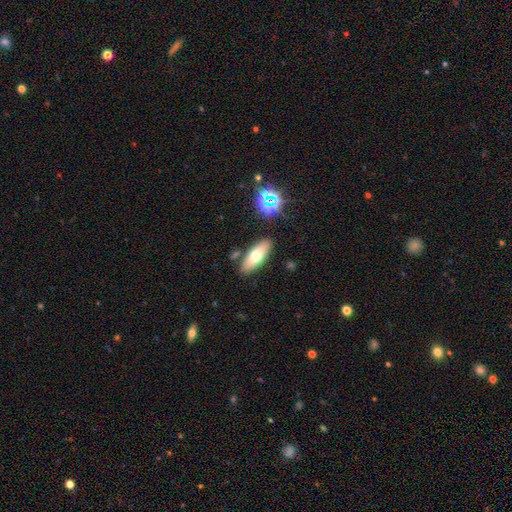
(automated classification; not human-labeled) Overall: smooth (67%). How rounded: in between (70%). Merging: none (83%).